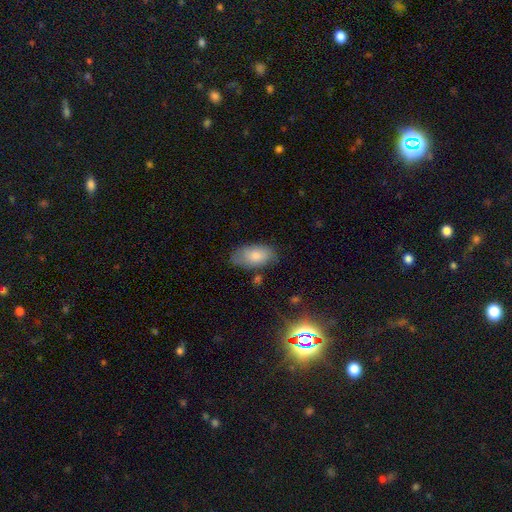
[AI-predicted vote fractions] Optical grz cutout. It shows a smooth galaxy with no disk features (80%) that is in between round and cigar-shaped (94%). Merging: none (70%).